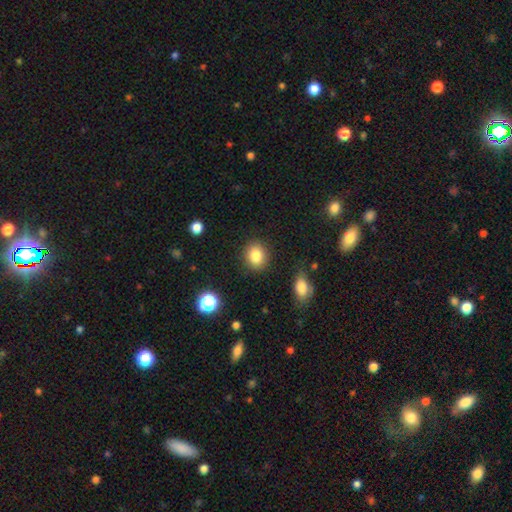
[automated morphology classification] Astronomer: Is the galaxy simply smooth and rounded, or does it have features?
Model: smooth — 83%.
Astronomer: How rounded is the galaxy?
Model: round — 69%.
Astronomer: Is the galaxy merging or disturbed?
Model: none — 88%.